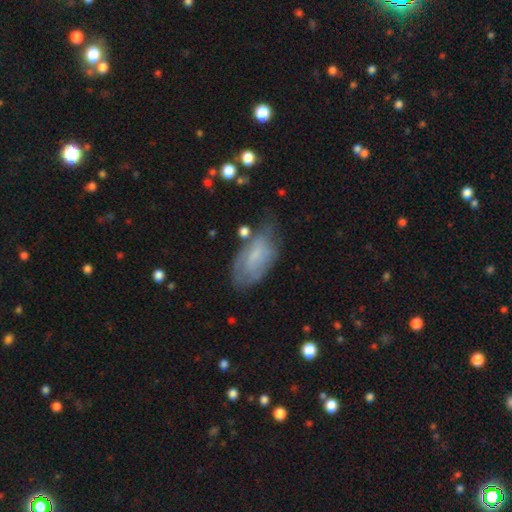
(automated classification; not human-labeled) This is possibly a smooth galaxy (52%). How rounded: clearly in between (91%). Merging: possibly none (53%).